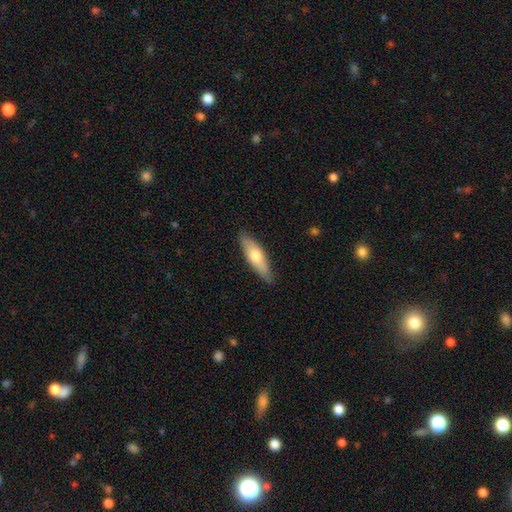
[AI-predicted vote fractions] This appears to be a smooth galaxy with no disk features (61%) that is cigar-shaped (53%). Merging: none (84%).